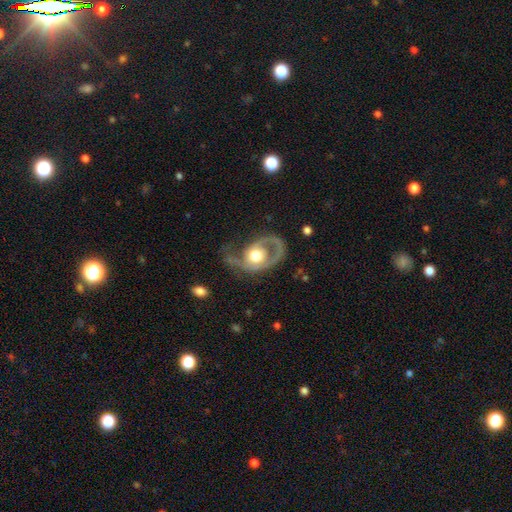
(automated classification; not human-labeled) A featured or disk galaxy (70%) with no bar (80%), spiral arms (65%) and a moderate central bulge (57%). Merging: major disturbance (41%).